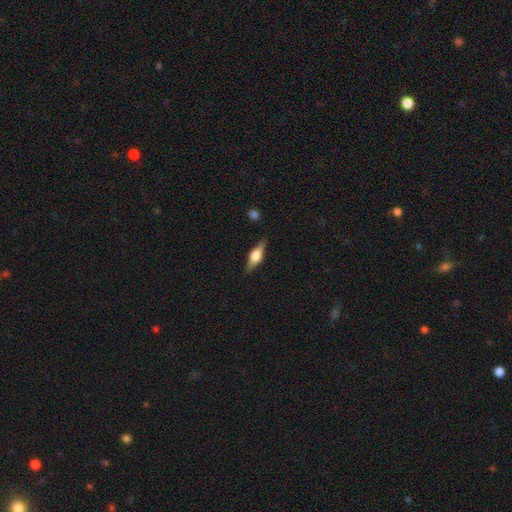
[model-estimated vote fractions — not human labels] Q: Smooth or featured?
A: featured or disk (62%); runner-up: smooth (31%)
Q: Edge-on disk?
A: yes (95%); runner-up: no (5%)
Q: Edge-on bulge?
A: rounded (89%); runner-up: boxy (9%)
Q: Merging?
A: none (85%); runner-up: minor disturbance (11%)